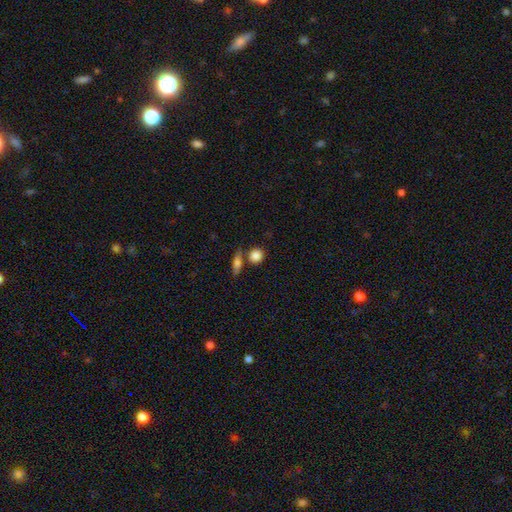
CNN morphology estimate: Q: Smooth or featured?
A: smooth (83%); runner-up: star or artifact (8%)
Q: How rounded?
A: round (80%); runner-up: in between (17%)
Q: Merging?
A: none (67%); runner-up: merger (19%)